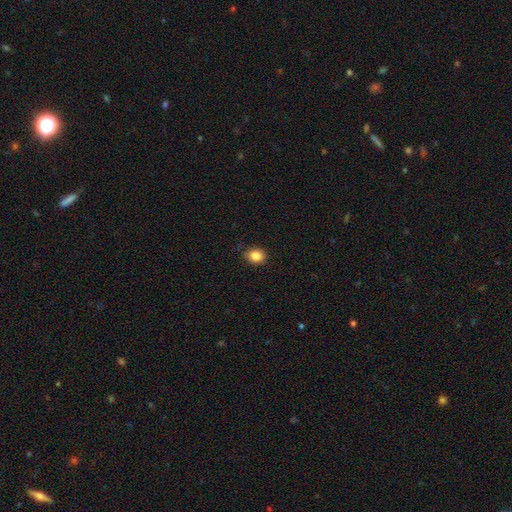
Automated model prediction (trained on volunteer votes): Smooth or featured: smooth — 87% (star or artifact — 10%)
How rounded: round — 63% (in between — 36%)
Merging: none — 83% (minor disturbance — 14%)